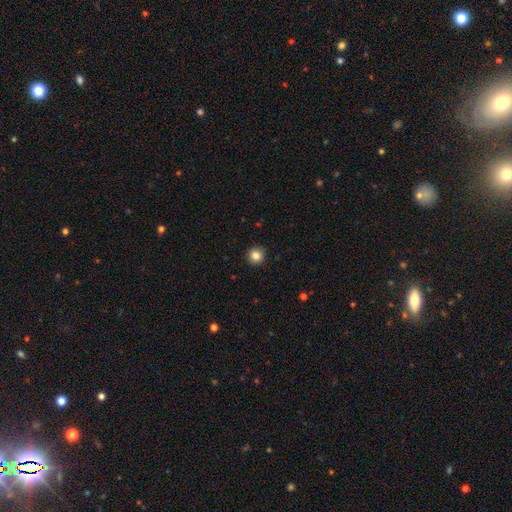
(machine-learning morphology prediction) This appears to be a smooth galaxy with no disk features (85%) that is round (94%). Merging: none (93%).